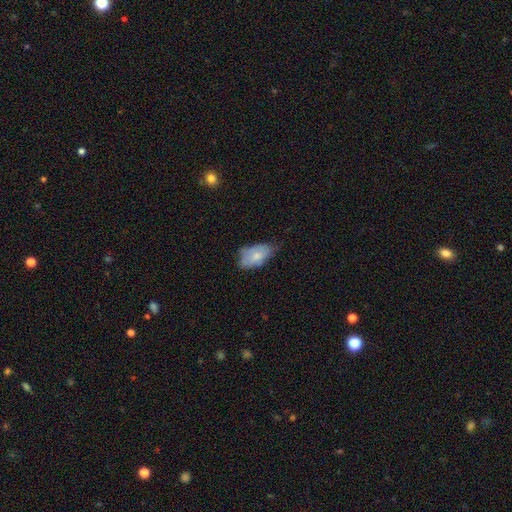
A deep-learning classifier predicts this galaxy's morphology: Smooth or featured: smooth — 72% (featured or disk — 21%)
How rounded: in between — 94% (round — 4%)
Merging: none — 46% (minor disturbance — 42%)